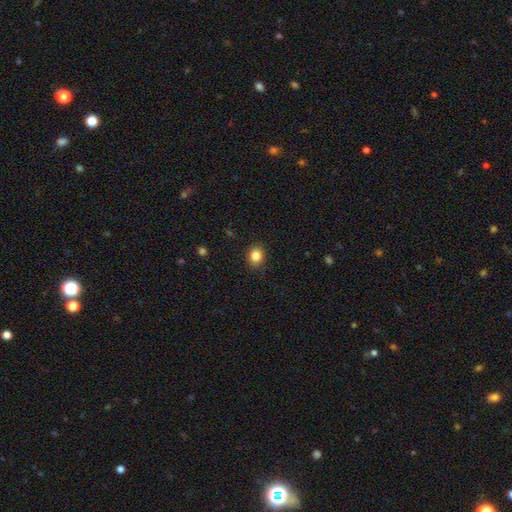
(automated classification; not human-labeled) smooth_or_featured: smooth (p=0.84) [alt: star or artifact p=0.10]
how_rounded: round (p=0.56) [alt: in between p=0.43]
merging: none (p=0.89) [alt: minor disturbance p=0.08]